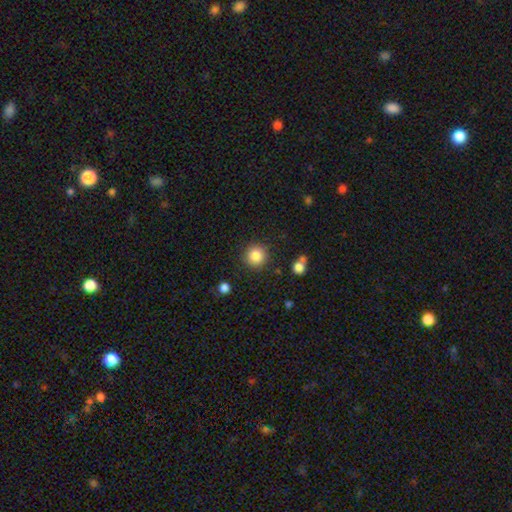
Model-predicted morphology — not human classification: This is clearly a smooth galaxy (85%). How rounded: clearly round (94%). Merging: clearly none (88%).